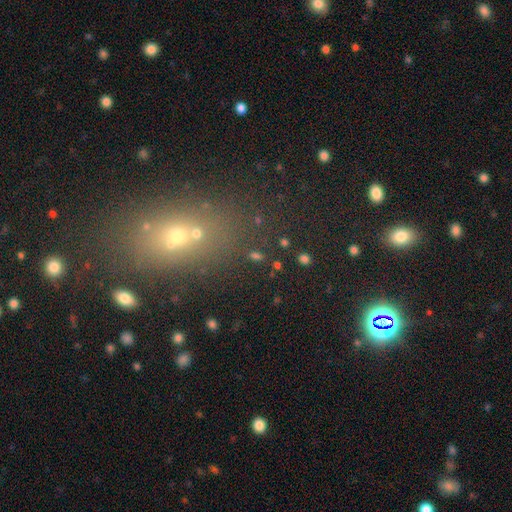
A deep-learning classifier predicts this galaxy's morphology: smooth_or_featured: star or artifact (p=0.42) [tied with: smooth p=0.42]